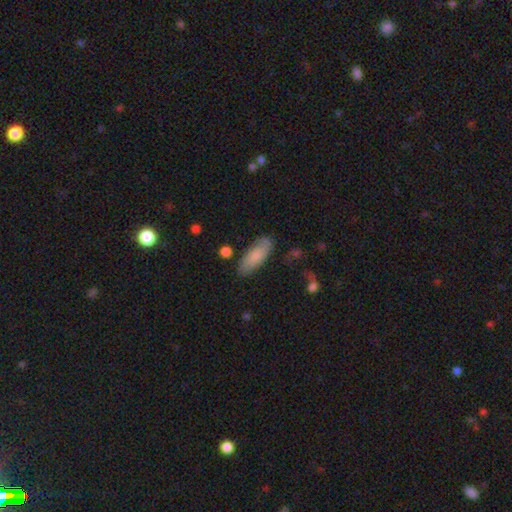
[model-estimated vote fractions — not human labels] smooth-or-featured: smooth: 77% | featured or disk: 17% | star or artifact: 6%
  how-rounded: in between: 71% | cigar-shaped: 27% | round: 2%
  merging: none: 78% | minor disturbance: 16% | major disturbance: 4% | merger: 2%